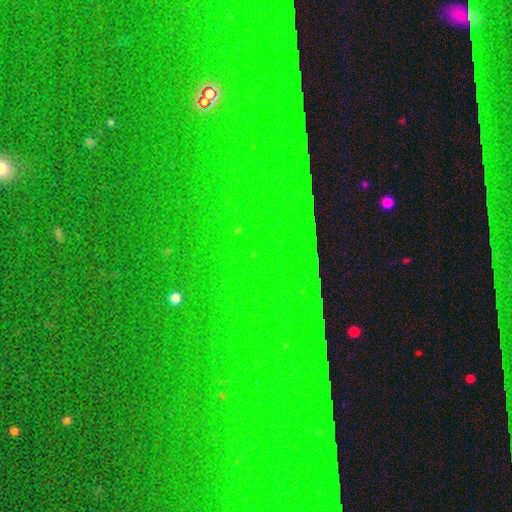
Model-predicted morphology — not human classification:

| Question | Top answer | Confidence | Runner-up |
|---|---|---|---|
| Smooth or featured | star or artifact | 85% | smooth (7%) |